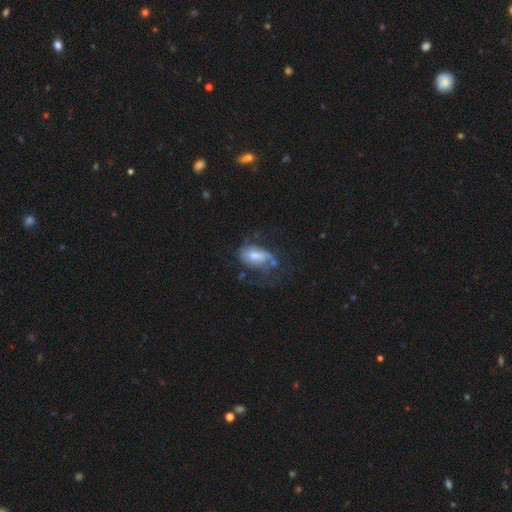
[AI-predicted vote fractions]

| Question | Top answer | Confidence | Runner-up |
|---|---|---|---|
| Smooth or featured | featured or disk | 55% | smooth (36%) |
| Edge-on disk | no | 95% | yes (5%) |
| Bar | weak | 44% | no (40%) |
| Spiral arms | yes | 67% | no (33%) |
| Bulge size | moderate | 46% | small (29%) |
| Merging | major disturbance | 37% | none (31%) |